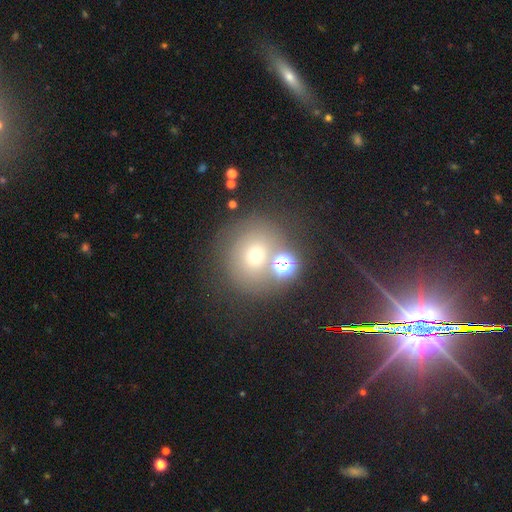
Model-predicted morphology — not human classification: This appears to be a smooth galaxy with no disk features (58%) that is round (85%). Merging: none (61%).